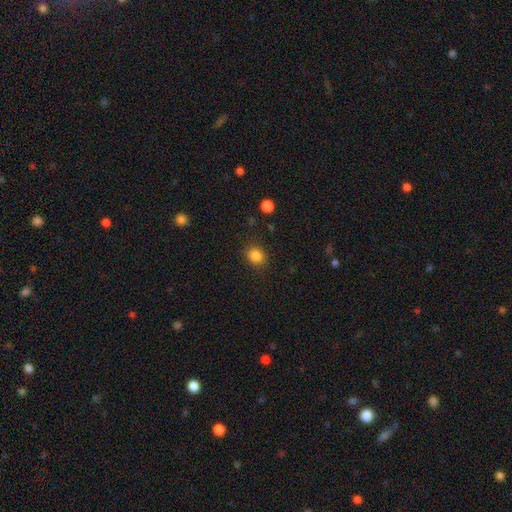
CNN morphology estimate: Overall: smooth (84%). How rounded: round (74%). Merging: none (88%).